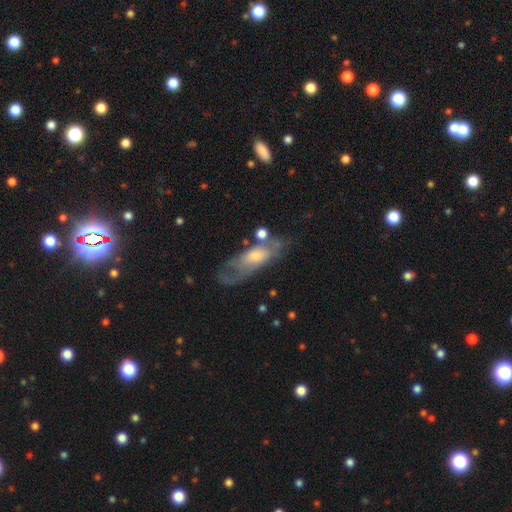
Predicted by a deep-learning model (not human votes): Smooth or featured: featured or disk — 54% (smooth — 38%)
Edge-on disk: no — 77% (yes — 23%)
Merging: none — 48% (minor disturbance — 24%)